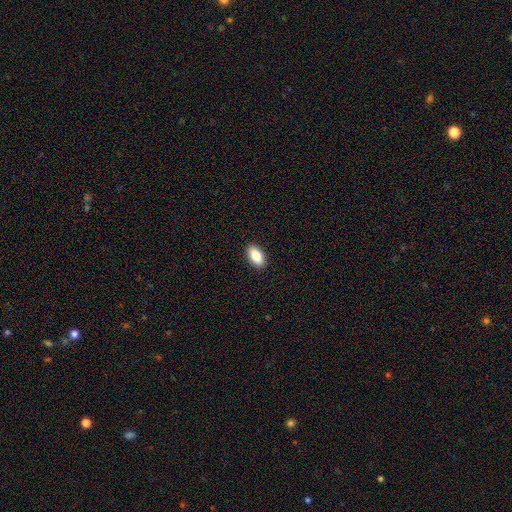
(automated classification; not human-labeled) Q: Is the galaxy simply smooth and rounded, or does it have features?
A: smooth — 85%.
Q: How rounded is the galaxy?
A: in between — 92%.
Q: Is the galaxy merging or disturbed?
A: none — 91%.